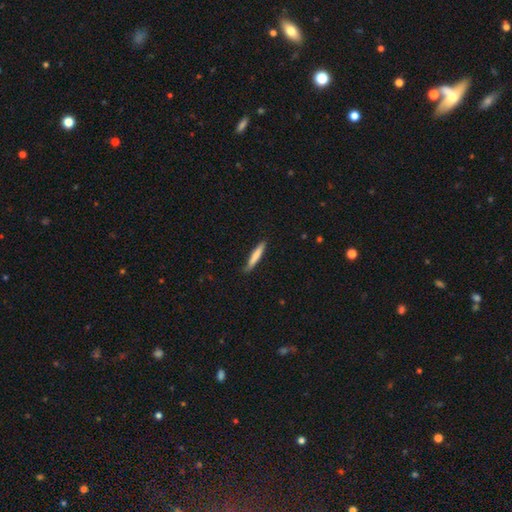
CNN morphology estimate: Smooth or featured?
  - smooth: 75% *
  - featured or disk: 19%
  - star or artifact: 5%
How rounded?
  - cigar-shaped: 94% *
  - in between: 5%
  - round: 1%
Merging?
  - none: 84% *
  - minor disturbance: 13%
  - major disturbance: 2%
  - merger: 1%